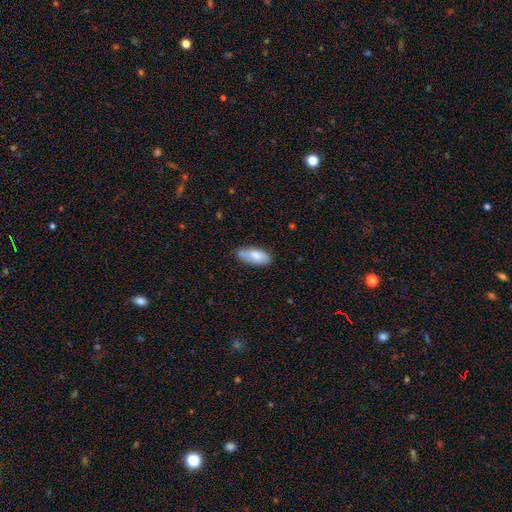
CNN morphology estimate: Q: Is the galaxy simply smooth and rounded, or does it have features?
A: smooth — 78%.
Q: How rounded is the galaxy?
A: in between — 84%.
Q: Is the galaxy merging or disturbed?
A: none — 66%.